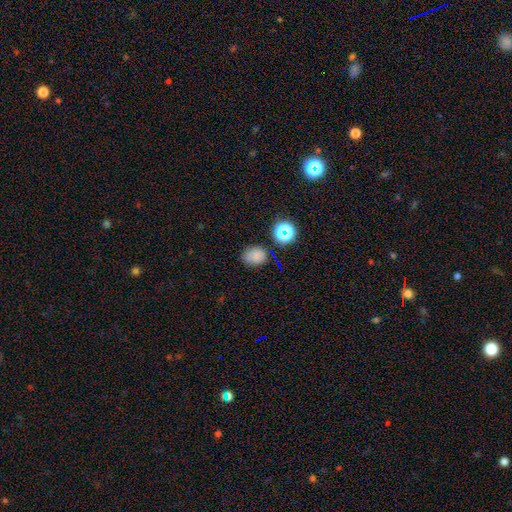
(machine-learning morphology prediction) A smooth galaxy with no disk features (72%) that is in between round and cigar-shaped (54%).

Vote fractions:
- Smooth or featured? smooth: 72% / star or artifact: 20% / featured or disk: 9%
- How rounded? in between: 54% / round: 45% / cigar-shaped: 1%
- Merging? none: 75% / minor disturbance: 17% / major disturbance: 4% / merger: 4%